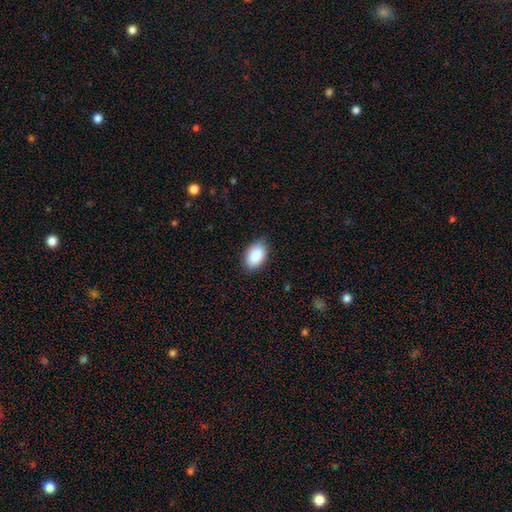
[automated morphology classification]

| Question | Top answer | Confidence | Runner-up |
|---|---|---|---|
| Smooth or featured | smooth | 90% | star or artifact (6%) |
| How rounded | in between | 92% | round (6%) |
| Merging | none | 80% | minor disturbance (16%) |